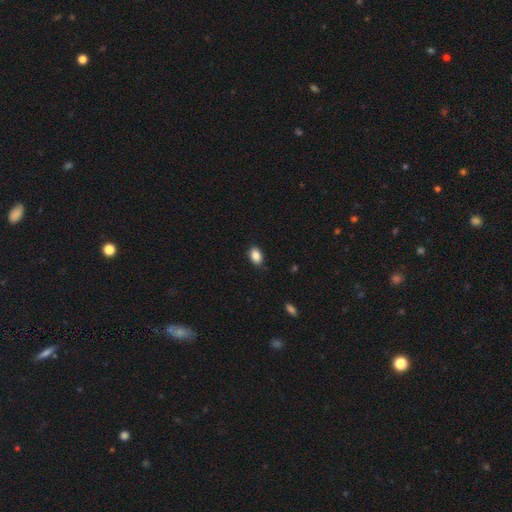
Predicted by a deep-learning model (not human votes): smooth 87%, star or artifact 8%, featured or disk 5%. Down the decision tree: how rounded — in between (84%); merging — none (87%).